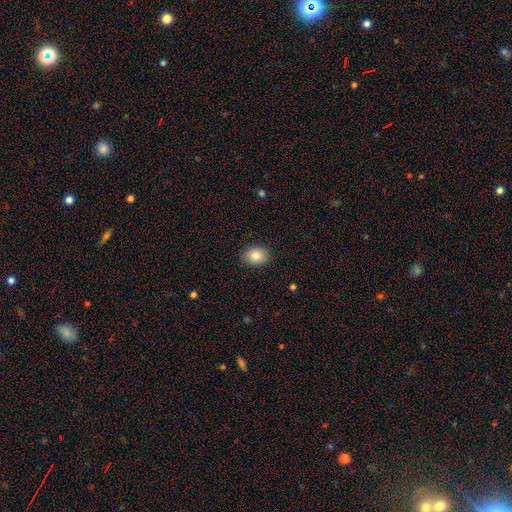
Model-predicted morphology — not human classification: Smooth or featured?
  - smooth: 84% *
  - star or artifact: 9%
  - featured or disk: 7%
How rounded?
  - in between: 51% *
  - round: 48%
  - cigar-shaped: 1%
Merging?
  - none: 89% *
  - minor disturbance: 8%
  - major disturbance: 2%
  - merger: 1%